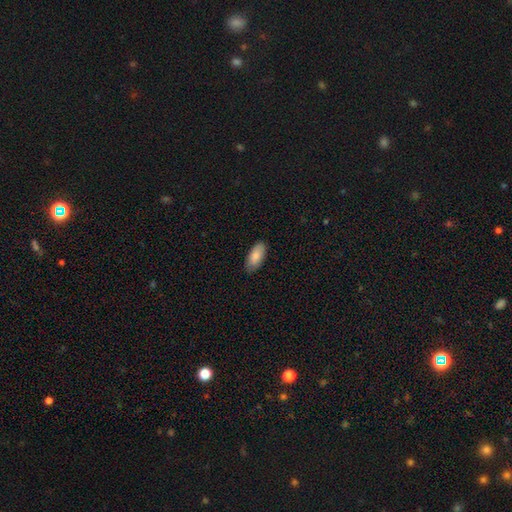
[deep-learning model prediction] A smooth galaxy with no disk features (85%) that is in between round and cigar-shaped (90%).

Vote fractions:
- Smooth or featured? smooth: 85% / featured or disk: 9% / star or artifact: 6%
- How rounded? in between: 90% / cigar-shaped: 8% / round: 2%
- Merging? none: 86% / minor disturbance: 11% / major disturbance: 2% / merger: 1%